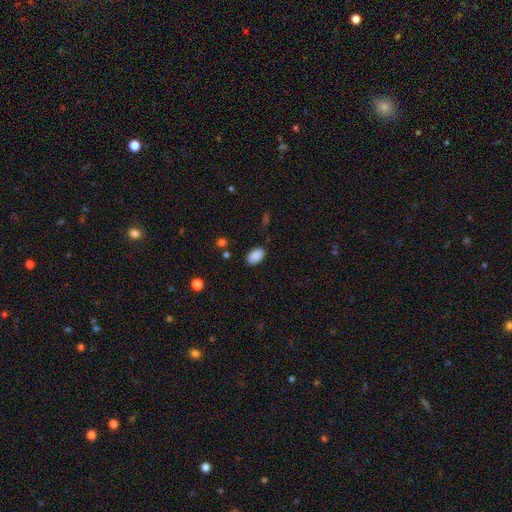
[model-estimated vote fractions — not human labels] Smooth or featured? Predicted: smooth (p=0.89). How rounded? Predicted: in between (p=0.91). Merging? Predicted: none (p=0.85).